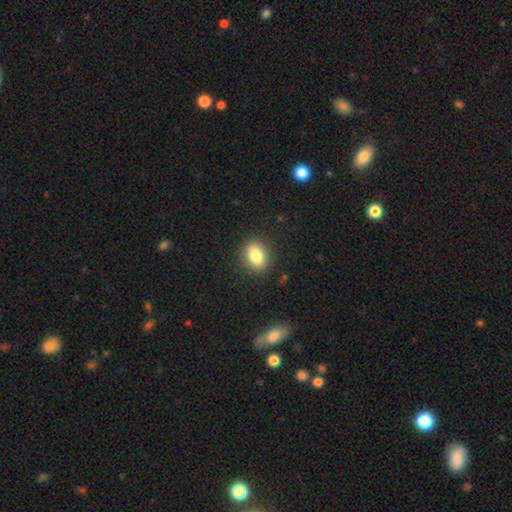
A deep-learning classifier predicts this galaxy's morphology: Smooth or featured?
  - smooth: 83% *
  - star or artifact: 9%
  - featured or disk: 8%
How rounded?
  - in between: 64% *
  - round: 34%
  - cigar-shaped: 2%
Merging?
  - none: 88% *
  - minor disturbance: 9%
  - major disturbance: 3%
  - merger: 1%